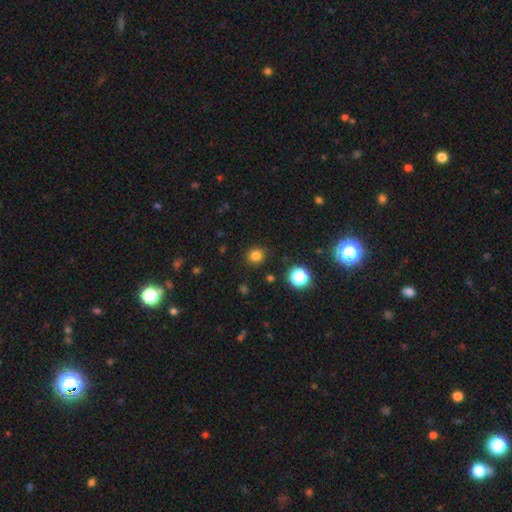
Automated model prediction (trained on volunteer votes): smooth 81%, star or artifact 15%, featured or disk 4%. Down the decision tree: how rounded — round (88%); merging — none (89%).